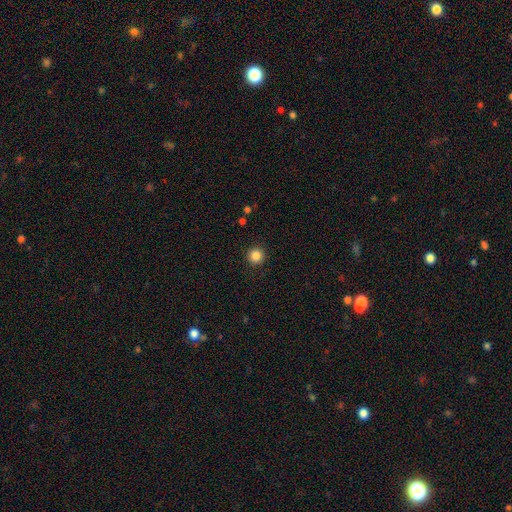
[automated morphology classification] This appears to be a smooth galaxy with no disk features (86%) that is round (96%). Merging: none (92%).